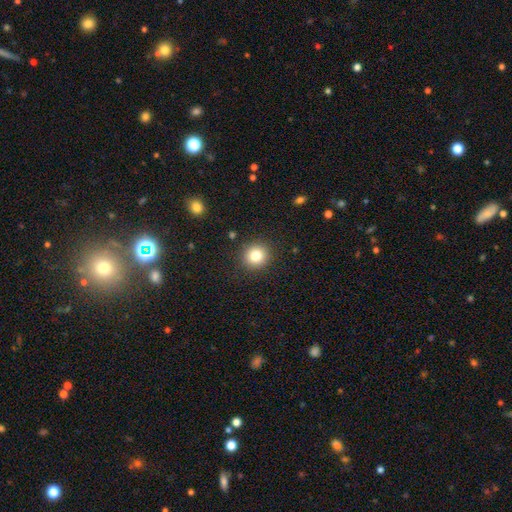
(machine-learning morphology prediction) Smooth or featured? Predicted: smooth (p=0.81). How rounded? Predicted: round (p=0.91). Merging? Predicted: none (p=0.90).